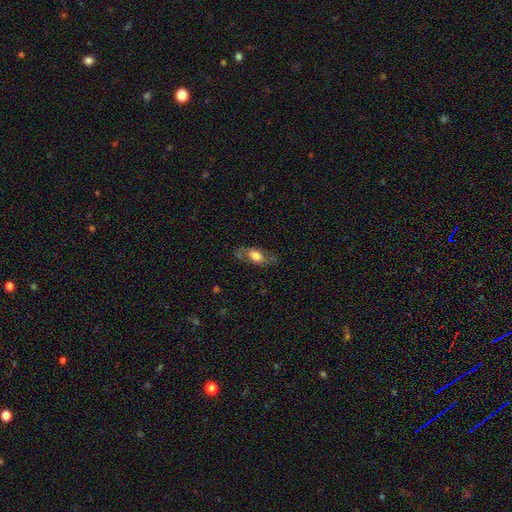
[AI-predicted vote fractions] Morphology: type=smooth (52%); roundness=in between (80%); merging=none (71%).